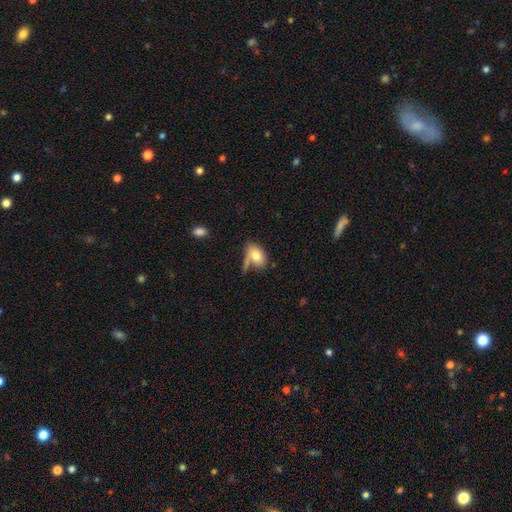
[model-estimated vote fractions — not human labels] This is likely a smooth galaxy (75%). How rounded: clearly in between (86%). Merging: marginally none (42%).